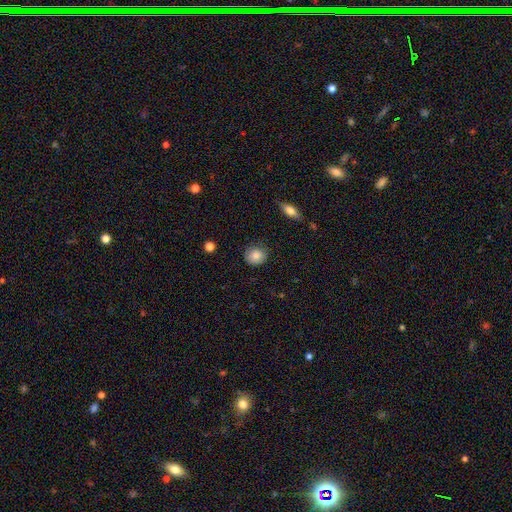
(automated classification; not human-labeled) A smooth galaxy with no disk features (83%) that is round (79%).

Vote fractions:
- Smooth or featured? smooth: 83% / featured or disk: 9% / star or artifact: 8%
- How rounded? round: 79% / in between: 20% / cigar-shaped: 1%
- Merging? none: 80% / minor disturbance: 15% / major disturbance: 3% / merger: 1%